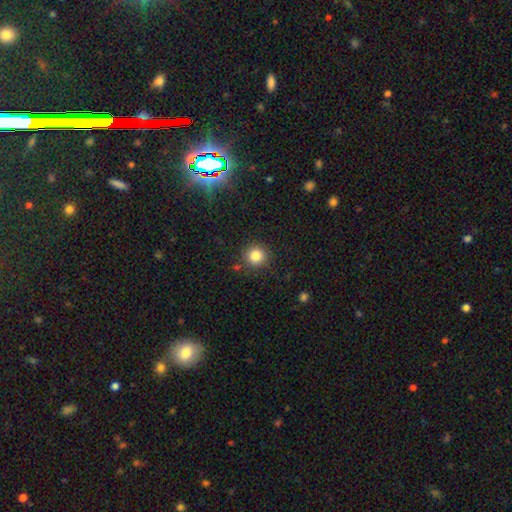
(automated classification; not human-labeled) smooth_or_featured: smooth (p=0.84) [alt: star or artifact p=0.11]
how_rounded: round (p=0.93) [alt: in between p=0.06]
merging: none (p=0.87) [alt: minor disturbance p=0.08]